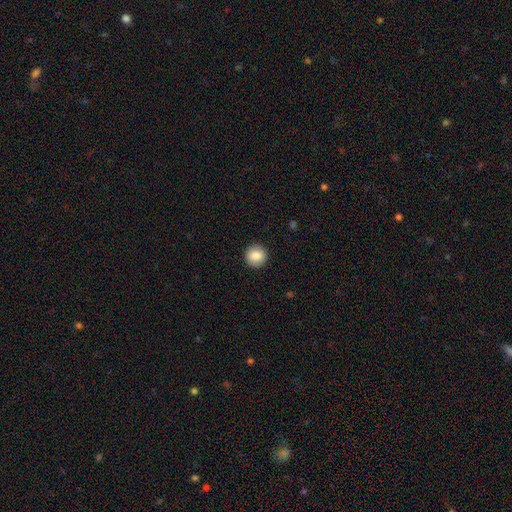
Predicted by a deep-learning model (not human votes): Overall: smooth (85%). How rounded: round (94%). Merging: none (92%).